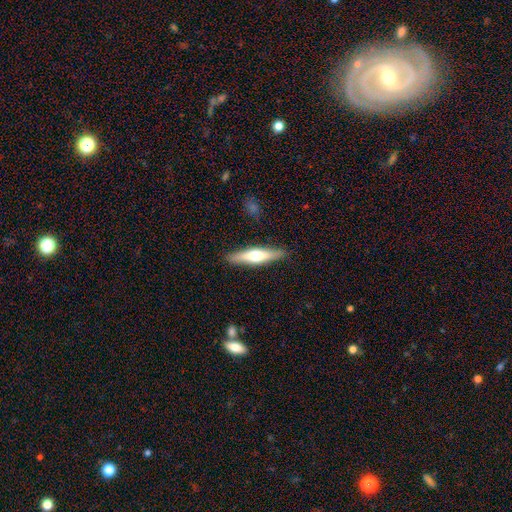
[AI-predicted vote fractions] smooth-or-featured: featured or disk: 48% | smooth: 47% | star or artifact: 6%
  merging: none: 89% | minor disturbance: 8% | major disturbance: 2% | merger: 1%